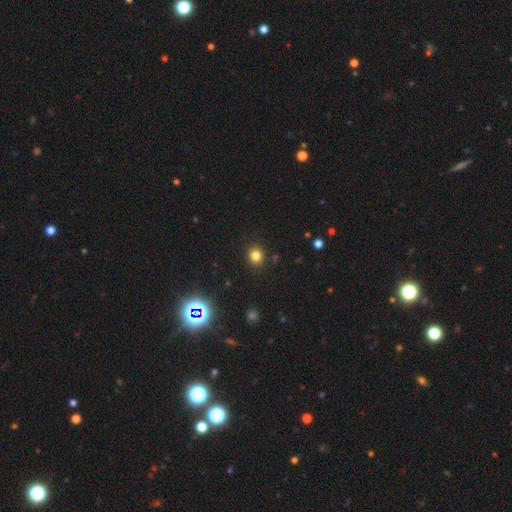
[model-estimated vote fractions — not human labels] Smooth or featured? smooth (80%)
How rounded? round (78%)
Merging? none (90%)